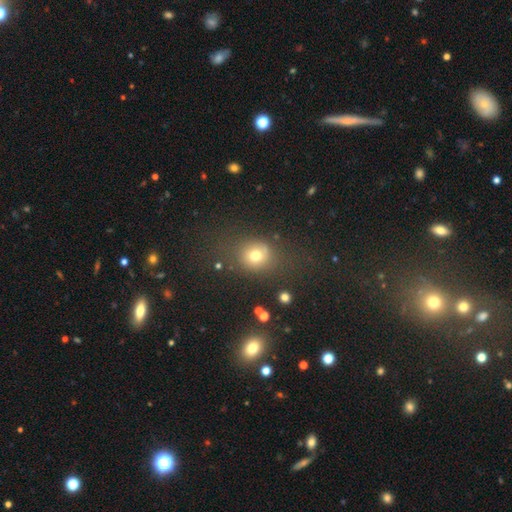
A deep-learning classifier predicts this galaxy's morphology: Smooth or featured?
  - smooth: 73% *
  - star or artifact: 17%
  - featured or disk: 11%
How rounded?
  - round: 70% *
  - in between: 29%
  - cigar-shaped: 1%
Merging?
  - none: 67% *
  - minor disturbance: 17%
  - major disturbance: 11%
  - merger: 5%